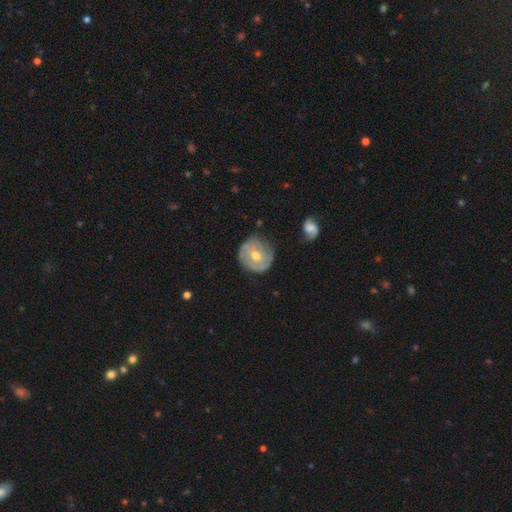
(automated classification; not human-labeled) smooth-or-featured: featured or disk: 64% | smooth: 30% | star or artifact: 7%
  disk-edge-on: no: 96% | yes: 4%
    bar: no: 63% | weak: 29% | strong: 8%
    has-spiral-arms: yes: 71% | no: 29%
    bulge-size: moderate: 69% | small: 27% | large: 2% | none: 1% | dominant: 1%
  merging: none: 71% | minor disturbance: 21% | major disturbance: 6% | merger: 2%